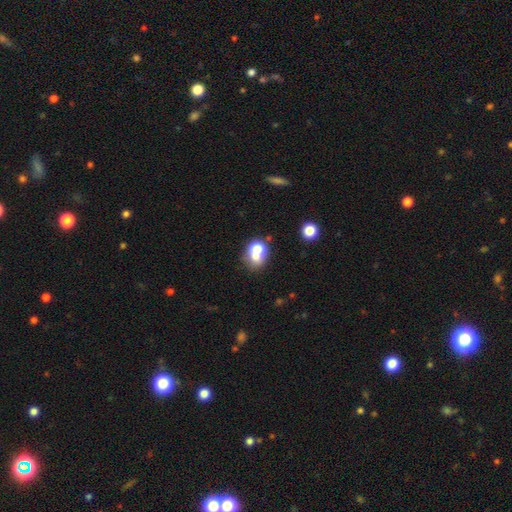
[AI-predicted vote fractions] This appears to be a smooth galaxy with no disk features (66%) that is round (58%). Merging: merger (51%).